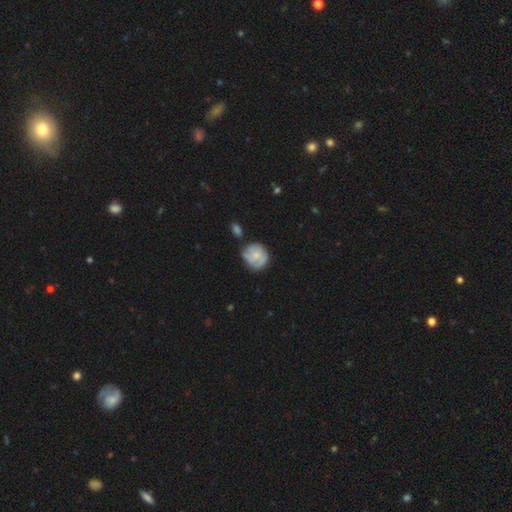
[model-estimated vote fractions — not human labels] Smooth or featured?
  - smooth: 55% *
  - featured or disk: 38%
  - star or artifact: 7%
How rounded?
  - round: 81% *
  - in between: 18%
  - cigar-shaped: 1%
Merging?
  - none: 55% *
  - minor disturbance: 29%
  - major disturbance: 10%
  - merger: 7%